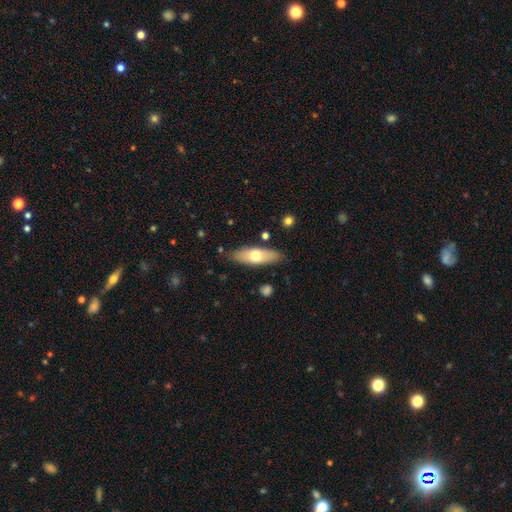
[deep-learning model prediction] This is likely a smooth galaxy (64%). How rounded: possibly in between (60%). Merging: clearly none (85%).